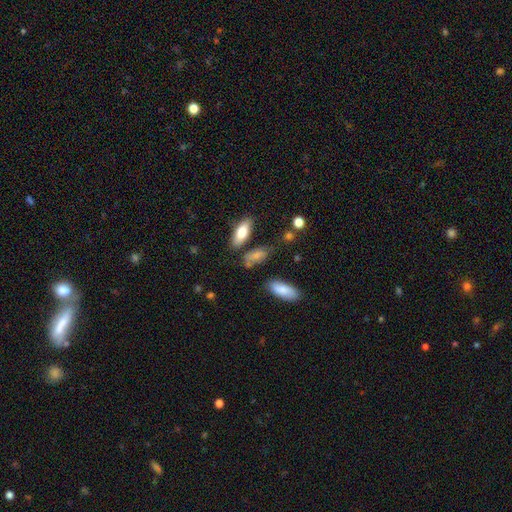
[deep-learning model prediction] Morphology: type=smooth (77%); roundness=in between (78%); merging=none (61%).